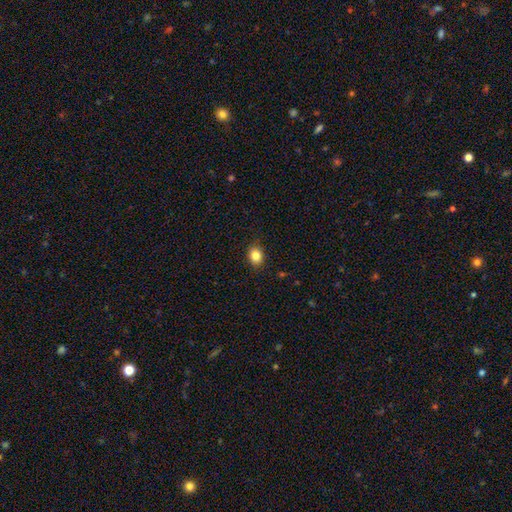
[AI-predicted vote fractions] Smooth or featured? smooth (83%)
How rounded? in between (52%)
Merging? none (88%)